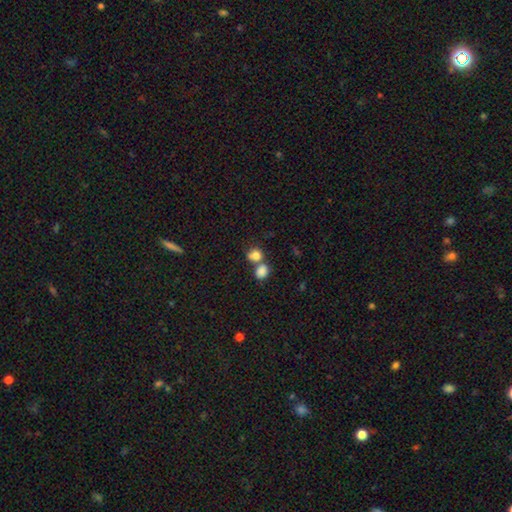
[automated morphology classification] Smooth or featured? Predicted: smooth (p=0.82). How rounded? Predicted: round (p=0.68). Merging? Predicted: merger (p=0.49).